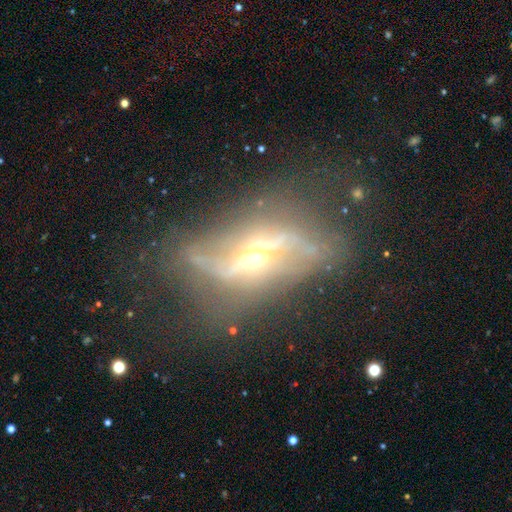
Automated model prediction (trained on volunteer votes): smooth-or-featured: featured or disk: 85% | smooth: 8% | star or artifact: 7%
  disk-edge-on: no: 82% | yes: 18%
    bar: strong: 38% | no: 31% | weak: 31%
    has-spiral-arms: yes: 85% | no: 15%
      spiral-winding: loose: 83% | medium: 12% | tight: 5%
      spiral-arm-count: 2: 88% | can't tell: 5% | 1: 4% | 3: 1% | 4: 1% | more than 4: 1%
    bulge-size: moderate: 48% | small: 46% | large: 4% | dominant: 1% | none: 1%
  merging: none: 56% | minor disturbance: 21% | major disturbance: 18% | merger: 4%